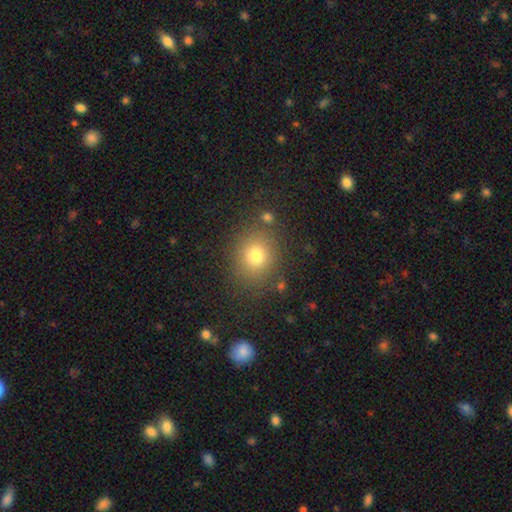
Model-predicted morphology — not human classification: Smooth or featured? Predicted: smooth (p=0.76). How rounded? Predicted: round (p=0.67). Merging? Predicted: none (p=0.82).